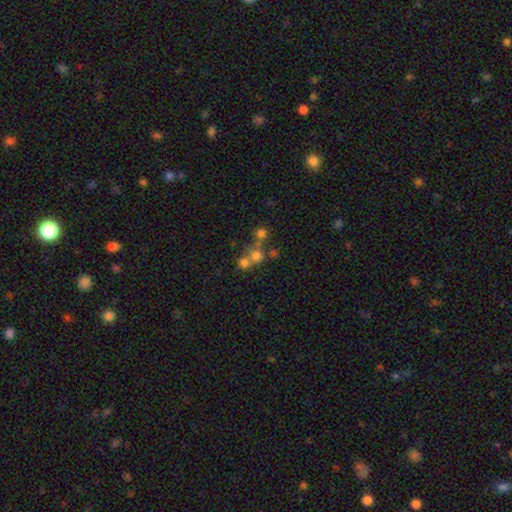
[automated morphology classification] Smooth or featured: smooth — 65% (star or artifact — 19%)
How rounded: round — 87% (in between — 12%)
Merging: none — 47% (merger — 43%)